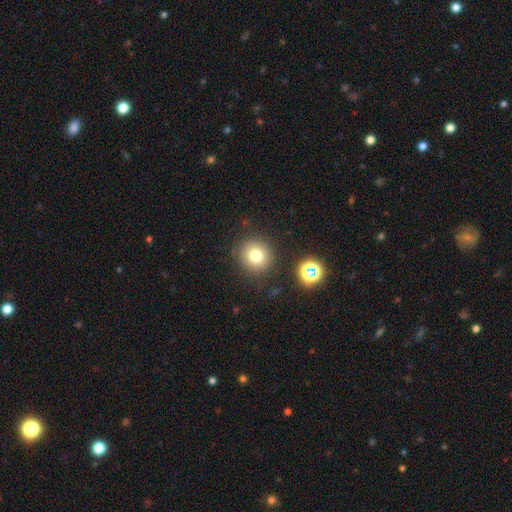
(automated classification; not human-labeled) smooth-or-featured: smooth: 75% | star or artifact: 15% | featured or disk: 10%
  how-rounded: round: 92% | in between: 7% | cigar-shaped: 1%
  merging: none: 85% | minor disturbance: 9% | major disturbance: 3% | merger: 3%